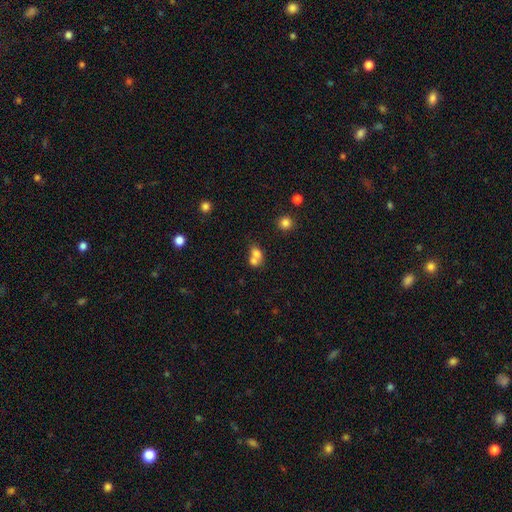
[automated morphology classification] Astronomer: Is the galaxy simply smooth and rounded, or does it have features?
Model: smooth — 71%.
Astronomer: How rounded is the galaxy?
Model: in between — 50% (runner-up: round, 49%).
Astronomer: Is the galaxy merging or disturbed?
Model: merger — 65%.